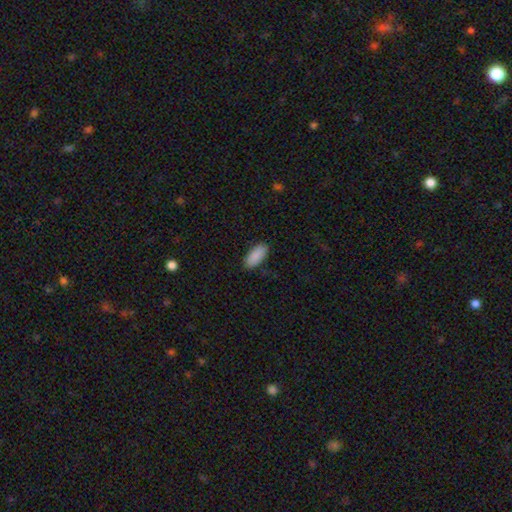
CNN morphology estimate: A smooth galaxy with no disk features (90%) that is in between round and cigar-shaped (90%).

Vote fractions:
- Smooth or featured? smooth: 90% / star or artifact: 6% / featured or disk: 4%
- How rounded? in between: 90% / cigar-shaped: 9% / round: 2%
- Merging? none: 88% / minor disturbance: 9% / major disturbance: 2% / merger: 1%